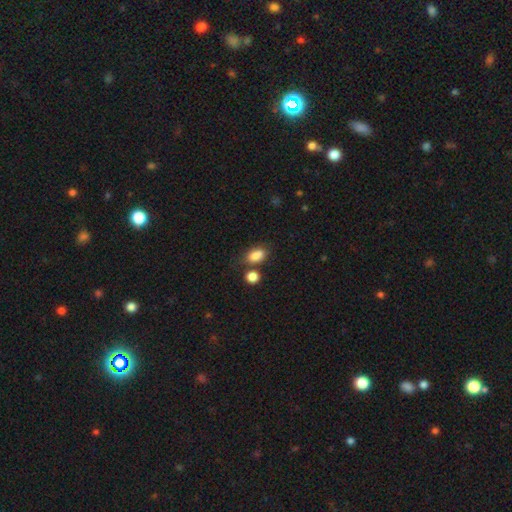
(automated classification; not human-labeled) Q: Smooth or featured?
A: smooth (84%); runner-up: star or artifact (10%)
Q: How rounded?
A: in between (83%); runner-up: round (14%)
Q: Merging?
A: none (59%); runner-up: merger (18%)